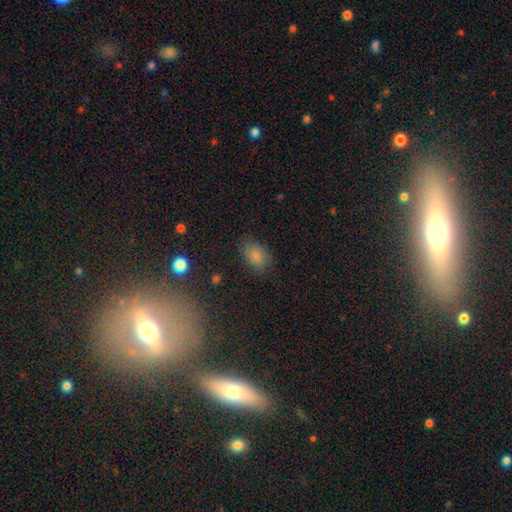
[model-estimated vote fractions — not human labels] smooth 80%, star or artifact 11%, featured or disk 10%. Down the decision tree: how rounded — in between (82%); merging — none (75%).